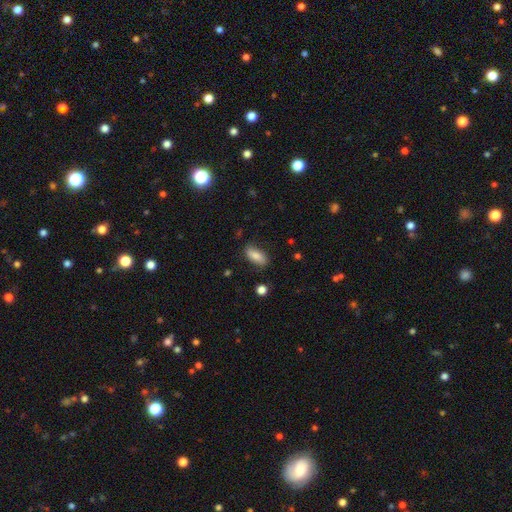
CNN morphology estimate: smooth 78%, featured or disk 14%, star or artifact 7%. Down the decision tree: how rounded — in between (86%); merging — none (78%).